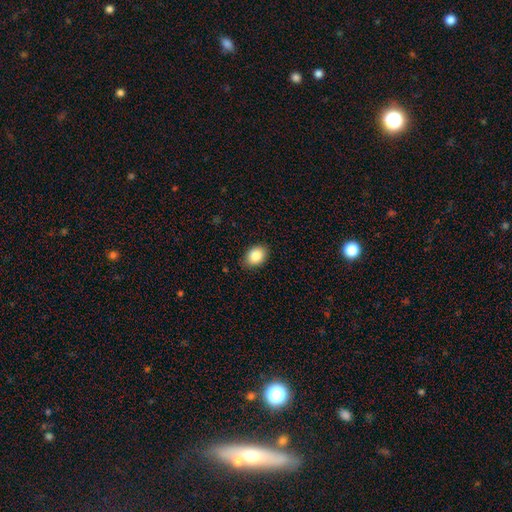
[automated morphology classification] smooth_or_featured: smooth (p=0.87) [alt: star or artifact p=0.08]
how_rounded: in between (p=0.71) [alt: round p=0.28]
merging: none (p=0.84) [alt: minor disturbance p=0.13]